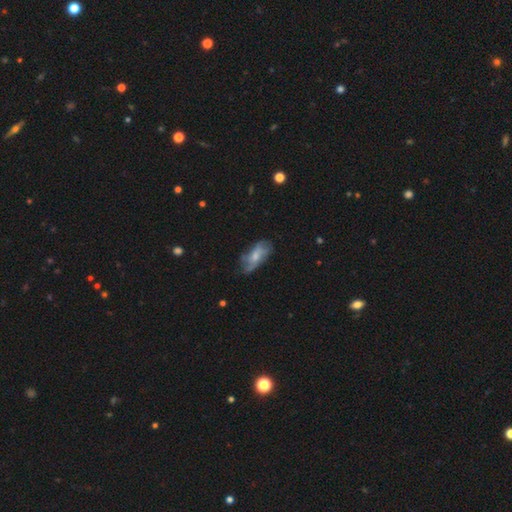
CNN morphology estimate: Overall: featured or disk (48%; smooth 45%). Merging: none (56%; minor disturbance 28%).